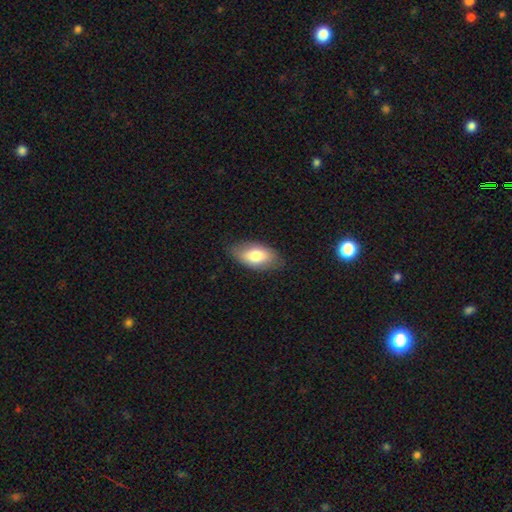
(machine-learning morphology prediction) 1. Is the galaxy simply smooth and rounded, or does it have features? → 76% smooth, 17% featured or disk, 6% star or artifact.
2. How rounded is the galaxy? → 92% in between, 4% cigar-shaped, 4% round.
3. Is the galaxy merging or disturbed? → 80% none, 16% minor disturbance, 3% major disturbance, 1% merger.